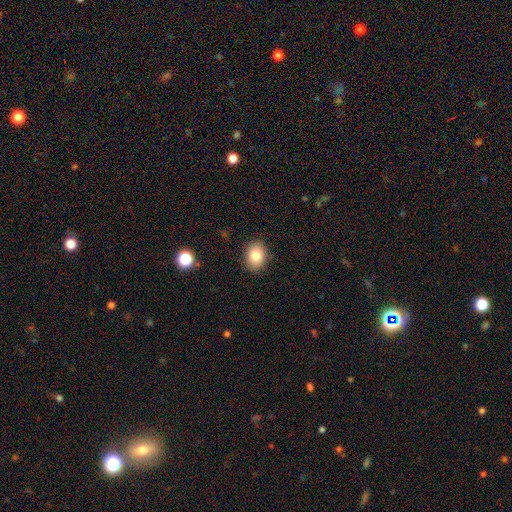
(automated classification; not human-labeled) Smooth or featured: smooth — 82% (star or artifact — 10%)
How rounded: in between — 62% (round — 37%)
Merging: none — 89% (minor disturbance — 8%)